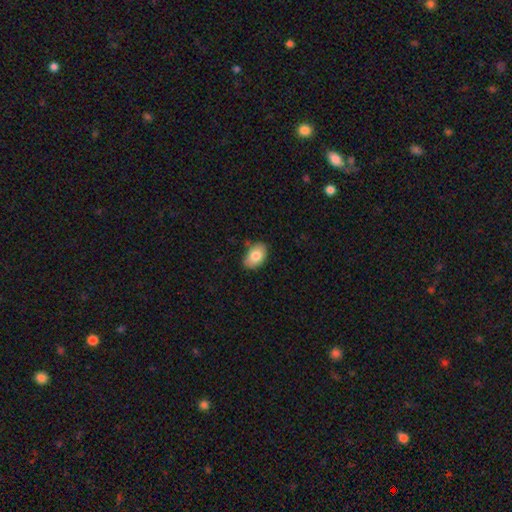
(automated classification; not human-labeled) Morphology: type=smooth (81%); roundness=in between (90%); merging=none (77%).